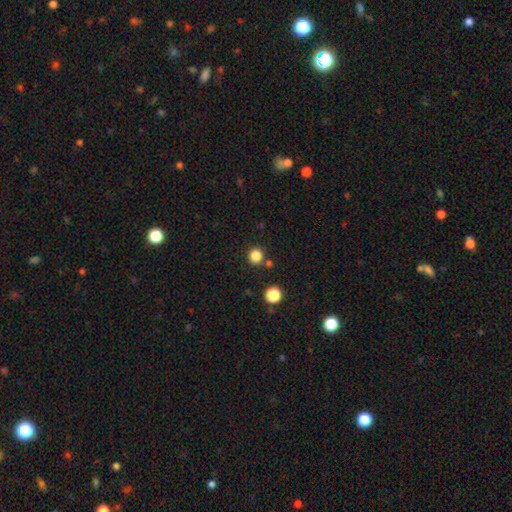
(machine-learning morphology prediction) The model was most divided on "smooth or featured": smooth: 84%, star or artifact: 13%, featured or disk: 3%. More confident: how rounded — round (92%); merging — none (85%).